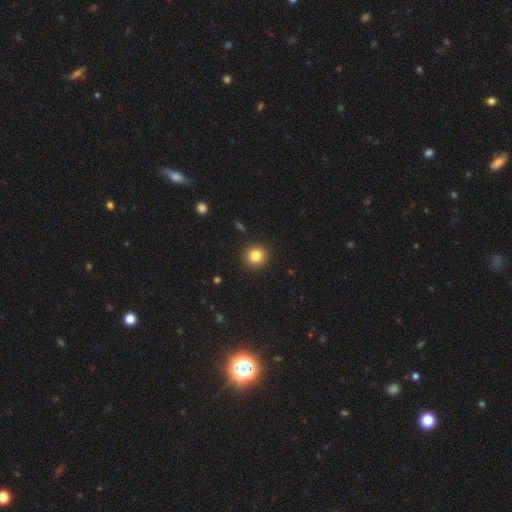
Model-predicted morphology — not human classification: smooth 83%, star or artifact 11%, featured or disk 6%. Down the decision tree: how rounded — round (95%); merging — none (92%).